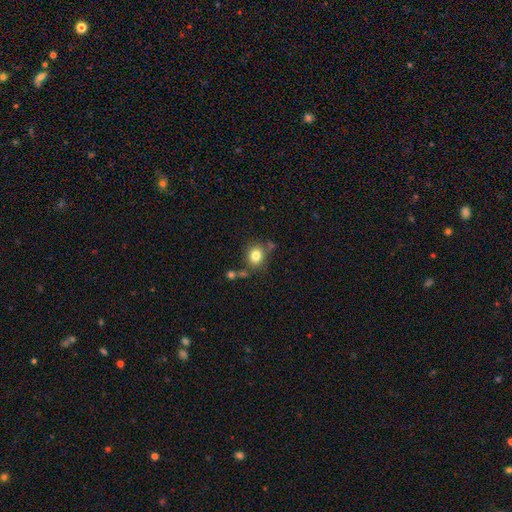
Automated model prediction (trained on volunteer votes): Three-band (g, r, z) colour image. It shows a smooth galaxy with no disk features (81%) that is round (68%). Merging: none (69%).